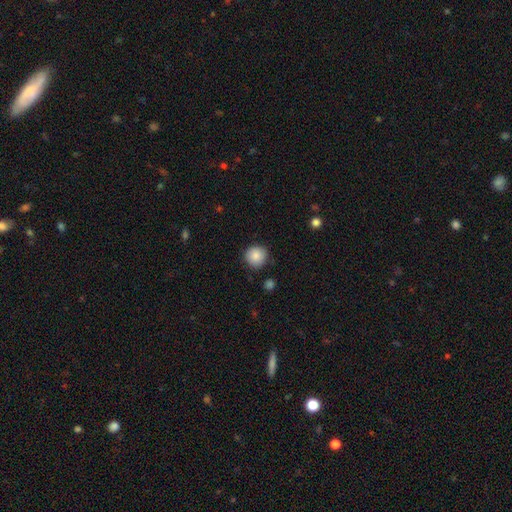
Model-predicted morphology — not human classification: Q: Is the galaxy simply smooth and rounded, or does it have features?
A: smooth — 86%.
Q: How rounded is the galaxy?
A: round — 93%.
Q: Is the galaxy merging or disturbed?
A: none — 87%.